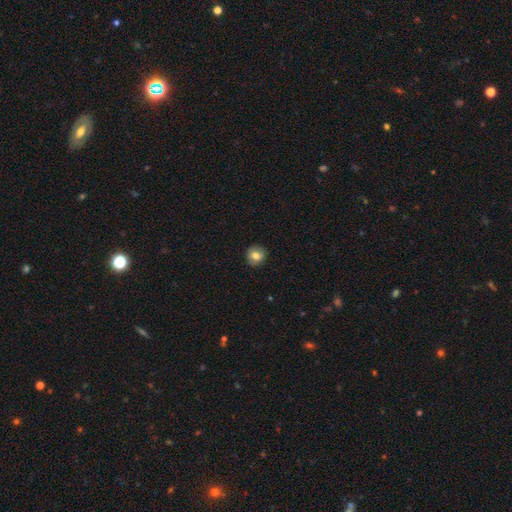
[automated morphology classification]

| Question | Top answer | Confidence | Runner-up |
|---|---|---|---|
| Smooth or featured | smooth | 79% | featured or disk (12%) |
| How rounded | round | 88% | in between (11%) |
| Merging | none | 89% | minor disturbance (9%) |